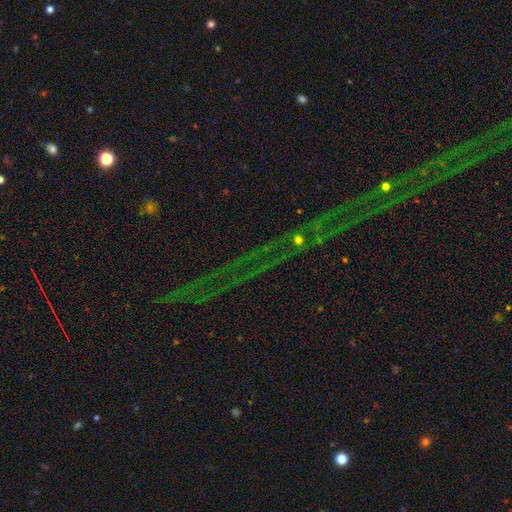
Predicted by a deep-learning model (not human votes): star or artifact 79%, featured or disk 11%, smooth 10%.